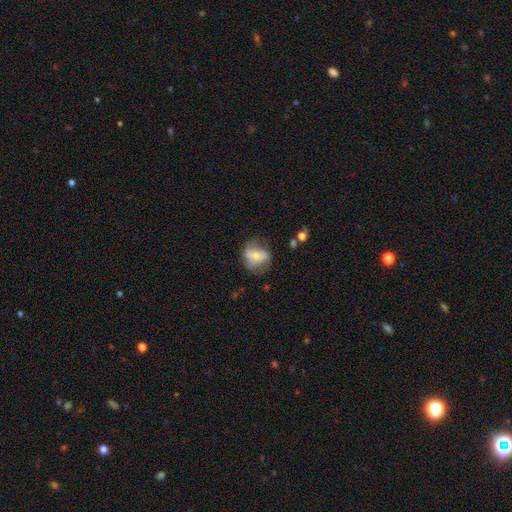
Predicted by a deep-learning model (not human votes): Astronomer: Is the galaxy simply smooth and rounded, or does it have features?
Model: featured or disk — 47% (runner-up: smooth, 45%).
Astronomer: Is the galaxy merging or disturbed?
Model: none — 58%.